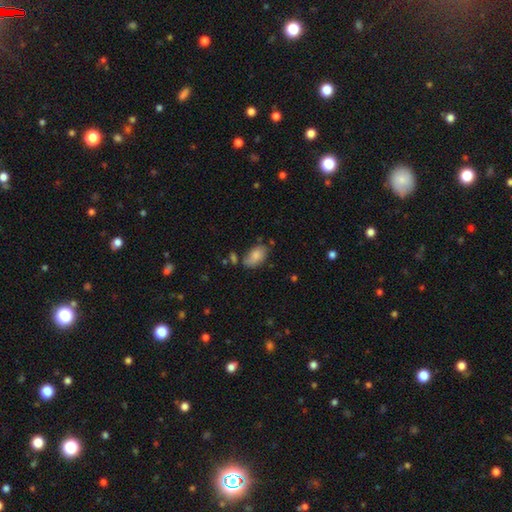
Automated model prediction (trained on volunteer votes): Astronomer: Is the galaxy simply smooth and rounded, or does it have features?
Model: smooth — 81%.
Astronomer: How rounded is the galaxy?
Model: in between — 92%.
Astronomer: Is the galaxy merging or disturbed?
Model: none — 59%.